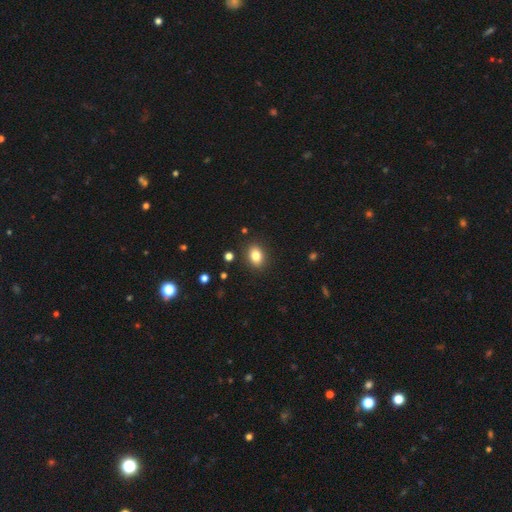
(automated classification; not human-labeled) Smooth or featured: smooth — 83% (star or artifact — 10%)
How rounded: in between — 69% (round — 29%)
Merging: none — 88% (minor disturbance — 8%)